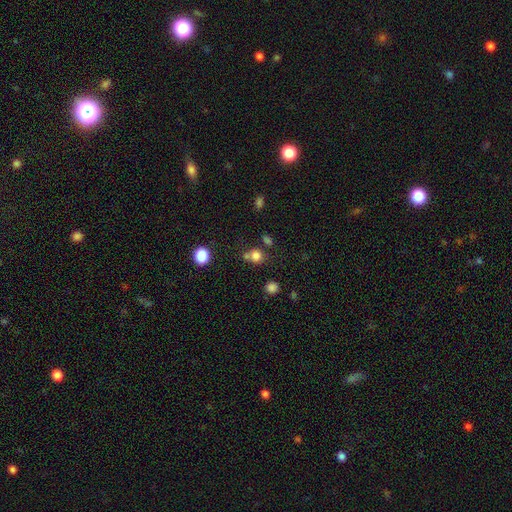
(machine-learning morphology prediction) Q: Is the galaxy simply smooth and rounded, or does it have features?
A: smooth — 78%.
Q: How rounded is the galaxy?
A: round — 79%.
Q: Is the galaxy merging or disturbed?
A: none — 57%.